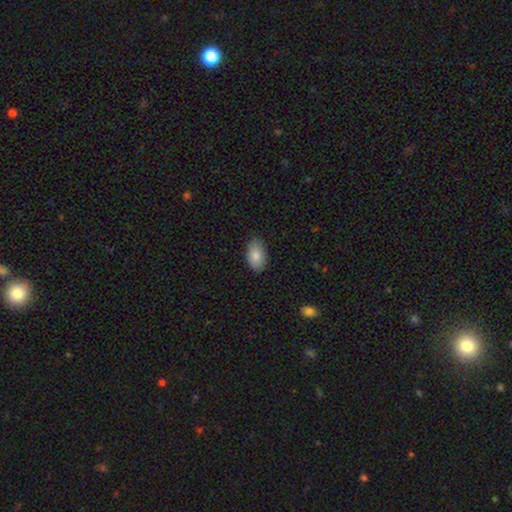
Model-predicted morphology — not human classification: Smooth or featured? smooth (83%)
How rounded? in between (92%)
Merging? none (82%)